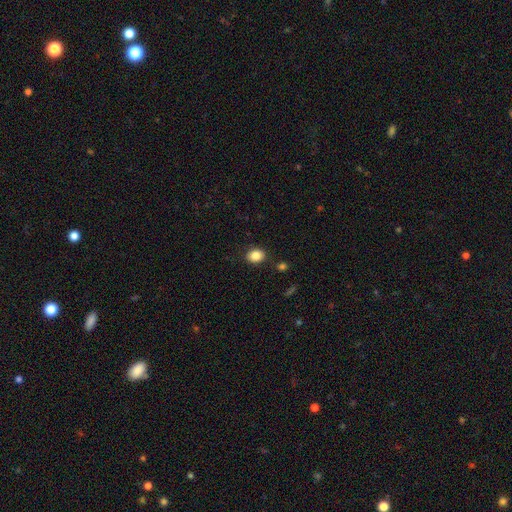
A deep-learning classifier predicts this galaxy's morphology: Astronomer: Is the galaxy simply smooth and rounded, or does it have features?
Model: smooth — 85%.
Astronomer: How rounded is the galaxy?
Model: round — 53% (runner-up: in between, 46%).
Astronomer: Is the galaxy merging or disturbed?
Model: none — 86%.